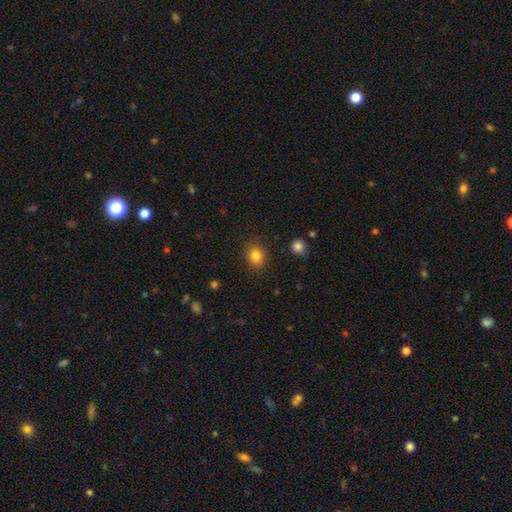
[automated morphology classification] Smooth or featured: smooth — 84% (star or artifact — 11%)
How rounded: round — 55% (in between — 44%)
Merging: none — 86% (minor disturbance — 10%)